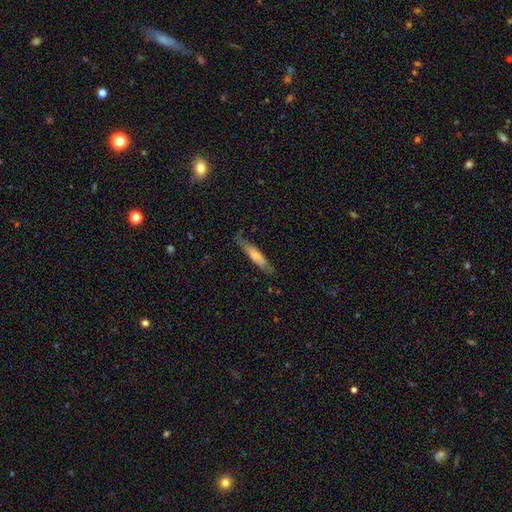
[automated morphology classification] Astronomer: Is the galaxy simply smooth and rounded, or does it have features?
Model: smooth — 65%.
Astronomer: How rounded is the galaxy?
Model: cigar-shaped — 79%.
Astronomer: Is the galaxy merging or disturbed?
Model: none — 72%.